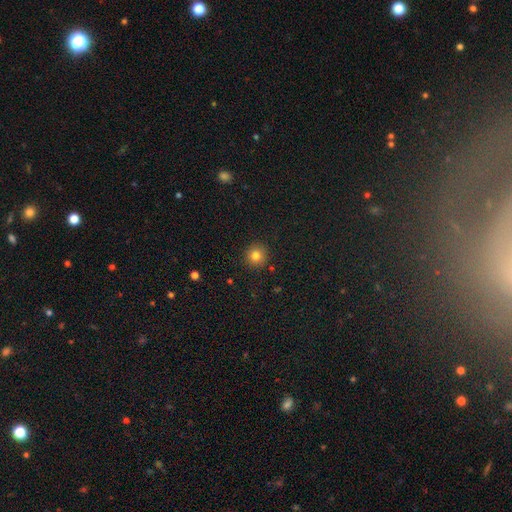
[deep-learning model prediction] A smooth galaxy with no disk features (81%) that is round (94%). Merging: none (91%).